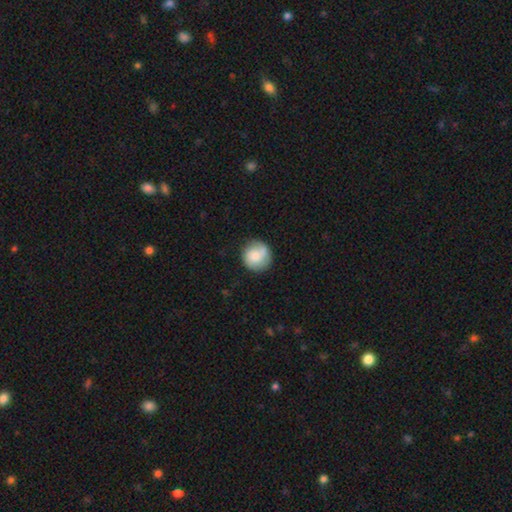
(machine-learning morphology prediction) A smooth galaxy with no disk features (59%) that is round (93%).

Vote fractions:
- Smooth or featured? smooth: 59% / featured or disk: 34% / star or artifact: 7%
- How rounded? round: 93% / in between: 6% / cigar-shaped: 1%
- Merging? none: 80% / minor disturbance: 14% / major disturbance: 4% / merger: 2%